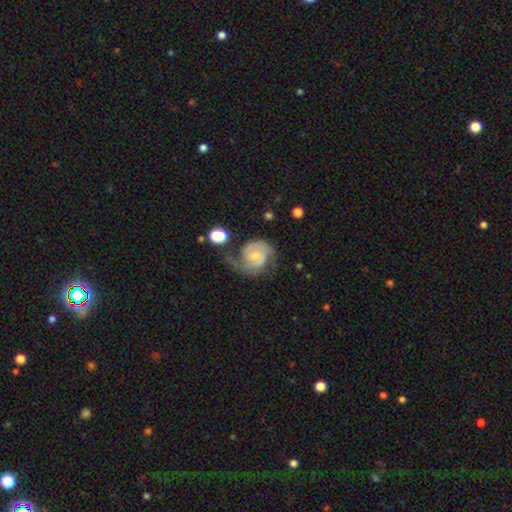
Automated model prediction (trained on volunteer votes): featured or disk 83%, smooth 11%, star or artifact 6%. Down the decision tree: edge-on disk — no (98%); bar — no (47%); spiral arms — yes (96%); spiral arm count — 2 (76%); spiral winding — medium (44%); bulge size — small (52%); merging — none (52%).